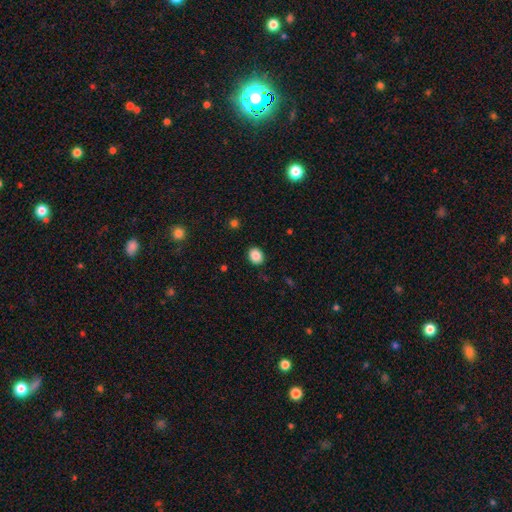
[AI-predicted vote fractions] A smooth galaxy with no disk features (87%) that is round (54%). Merging: none (89%).